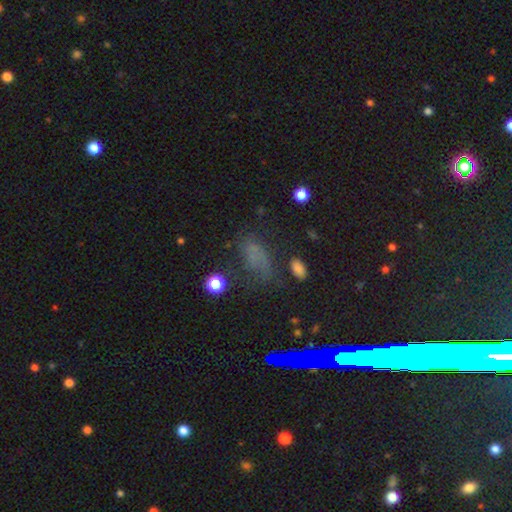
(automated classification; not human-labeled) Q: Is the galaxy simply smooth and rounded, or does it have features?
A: smooth — 48%.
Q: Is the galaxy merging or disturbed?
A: none — 49%.